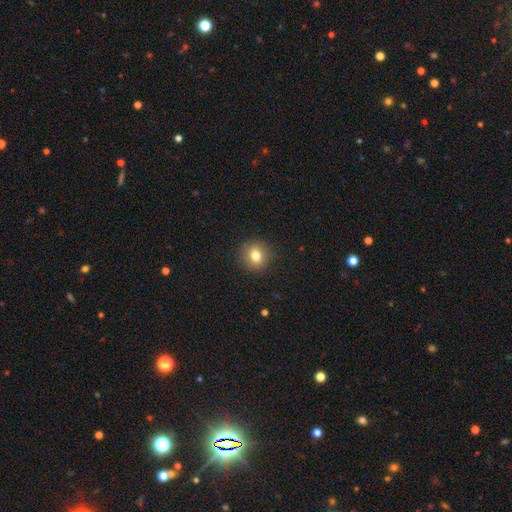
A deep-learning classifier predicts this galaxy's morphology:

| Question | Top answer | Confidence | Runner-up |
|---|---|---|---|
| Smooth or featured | smooth | 79% | star or artifact (12%) |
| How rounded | round | 87% | in between (12%) |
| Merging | none | 90% | minor disturbance (7%) |